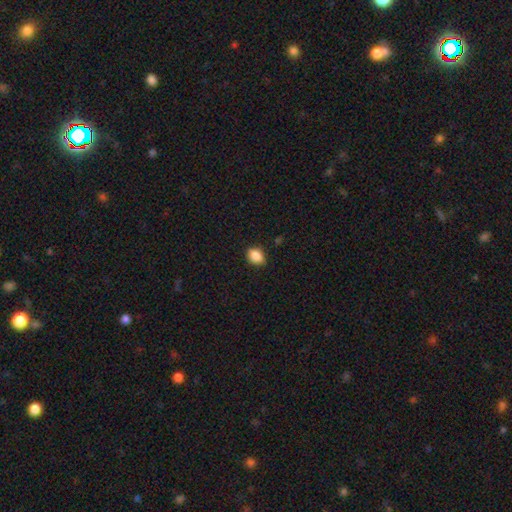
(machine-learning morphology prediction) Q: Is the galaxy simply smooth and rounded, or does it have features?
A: smooth — 87%.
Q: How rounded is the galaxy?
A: in between — 70%.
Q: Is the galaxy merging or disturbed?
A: none — 84%.